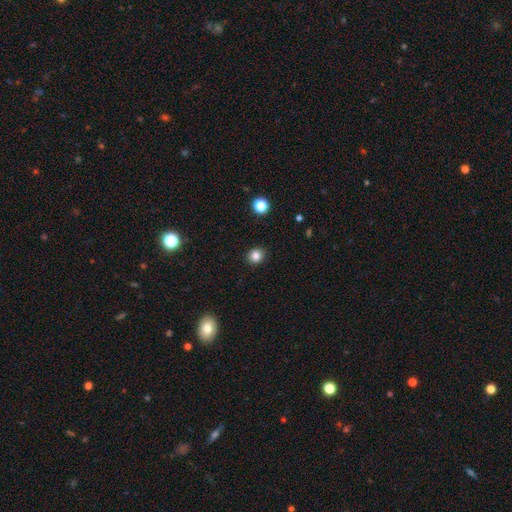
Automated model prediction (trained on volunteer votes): A smooth galaxy with no disk features (84%) that is round (85%).

Vote fractions:
- Smooth or featured? smooth: 84% / star or artifact: 12% / featured or disk: 5%
- How rounded? round: 85% / in between: 14% / cigar-shaped: 1%
- Merging? none: 91% / minor disturbance: 6% / major disturbance: 2% / merger: 1%